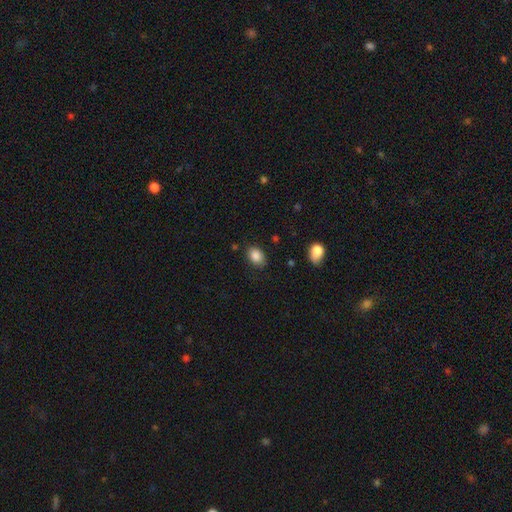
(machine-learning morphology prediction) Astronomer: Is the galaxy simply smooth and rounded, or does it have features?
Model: smooth — 87%.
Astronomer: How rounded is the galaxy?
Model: in between — 75%.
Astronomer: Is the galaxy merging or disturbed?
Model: none — 78%.